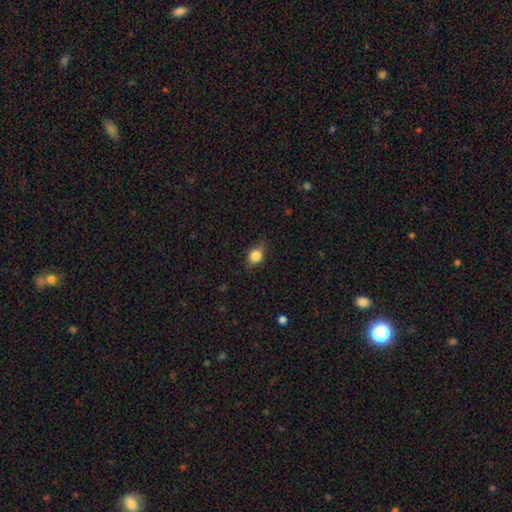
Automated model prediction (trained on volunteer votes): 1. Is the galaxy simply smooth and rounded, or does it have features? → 82% smooth, 10% star or artifact, 8% featured or disk.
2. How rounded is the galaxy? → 49% in between (tied), 49% round (tied), 2% cigar-shaped.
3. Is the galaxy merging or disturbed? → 73% none, 22% minor disturbance, 4% major disturbance, 1% merger.